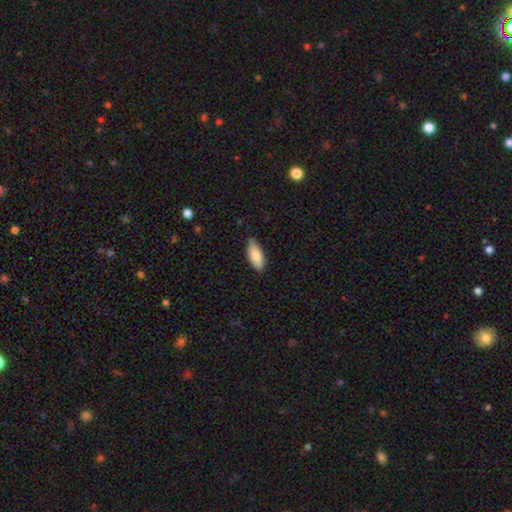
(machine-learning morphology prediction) Q: Smooth or featured?
A: smooth (85%); runner-up: featured or disk (9%)
Q: How rounded?
A: in between (84%); runner-up: cigar-shaped (15%)
Q: Merging?
A: none (83%); runner-up: minor disturbance (14%)